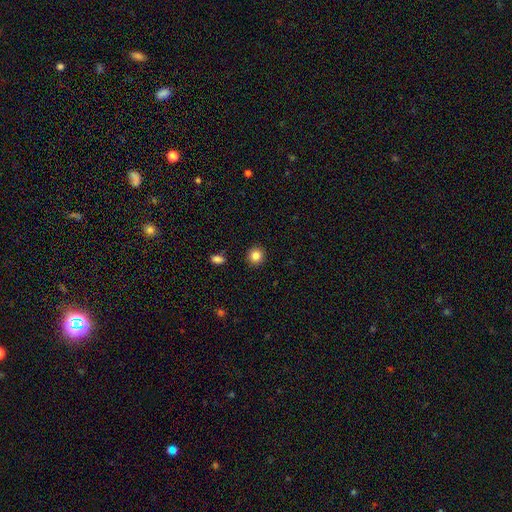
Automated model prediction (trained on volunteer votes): Q: Smooth or featured?
A: smooth (85%); runner-up: star or artifact (10%)
Q: How rounded?
A: round (89%); runner-up: in between (10%)
Q: Merging?
A: none (91%); runner-up: minor disturbance (6%)